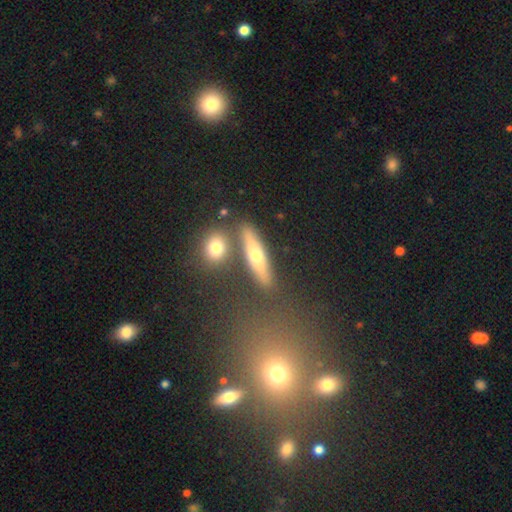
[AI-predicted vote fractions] Smooth or featured: featured or disk — 46% (smooth — 40%)
Merging: none — 77% (minor disturbance — 10%)